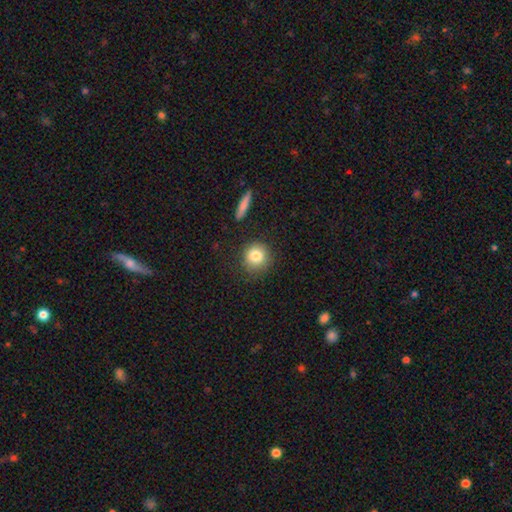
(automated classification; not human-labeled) Q: Smooth or featured?
A: smooth (82%); runner-up: star or artifact (10%)
Q: How rounded?
A: round (92%); runner-up: in between (7%)
Q: Merging?
A: none (85%); runner-up: minor disturbance (10%)